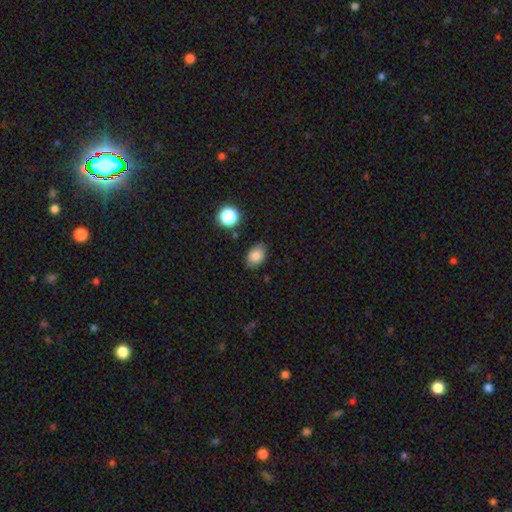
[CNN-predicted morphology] Smooth or featured?
  - smooth: 84% *
  - star or artifact: 9%
  - featured or disk: 7%
How rounded?
  - in between: 82% *
  - round: 17%
  - cigar-shaped: 1%
Merging?
  - none: 81% *
  - minor disturbance: 14%
  - major disturbance: 3%
  - merger: 2%